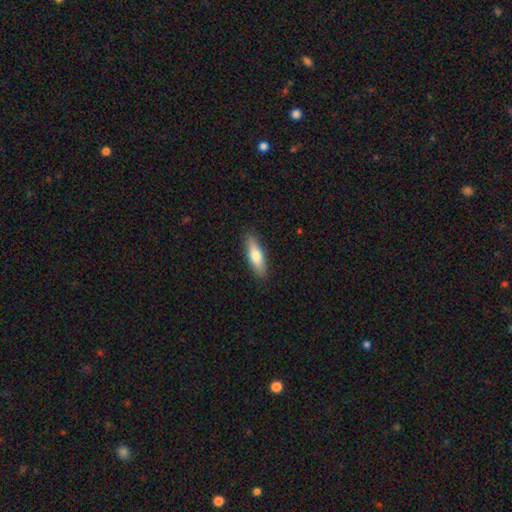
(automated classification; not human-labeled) smooth_or_featured: smooth (p=0.74) [alt: featured or disk p=0.20]
how_rounded: cigar-shaped (p=0.56) [alt: in between p=0.42]
merging: none (p=0.88) [alt: minor disturbance p=0.09]